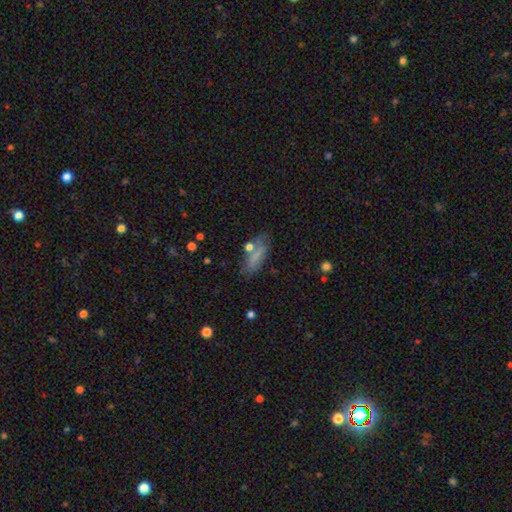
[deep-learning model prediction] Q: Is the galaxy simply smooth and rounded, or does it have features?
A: smooth — 70%.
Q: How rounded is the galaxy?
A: in between — 63%.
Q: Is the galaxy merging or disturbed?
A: none — 71%.